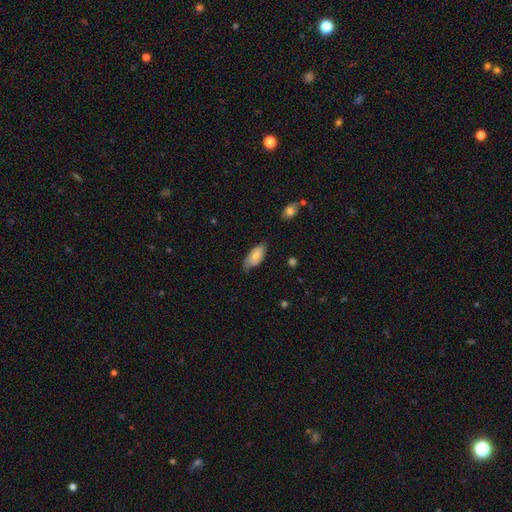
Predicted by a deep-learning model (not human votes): The model was most divided on "smooth or featured": smooth: 61%, featured or disk: 32%, star or artifact: 7%. More confident: how rounded — in between (92%); merging — none (63%).